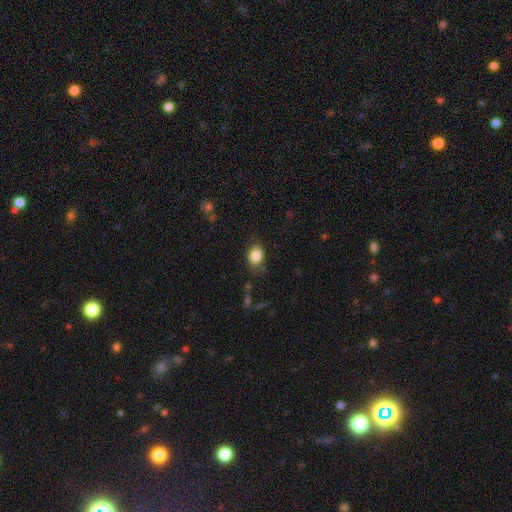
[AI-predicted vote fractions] This appears to be a smooth galaxy with no disk features (85%) that is in between round and cigar-shaped (70%). Merging: none (78%).